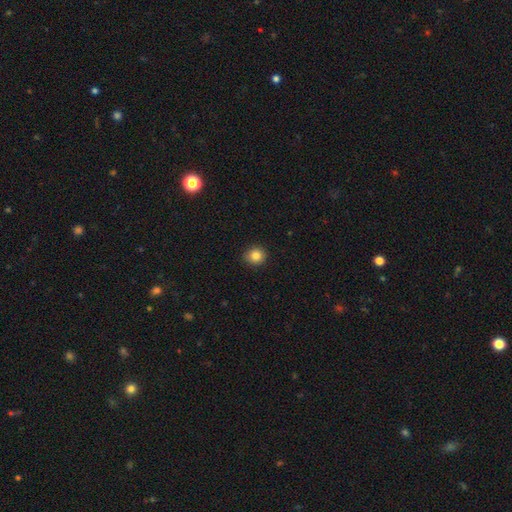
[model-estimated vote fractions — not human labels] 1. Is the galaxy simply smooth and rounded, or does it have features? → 84% smooth, 11% star or artifact, 5% featured or disk.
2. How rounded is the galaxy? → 88% round, 11% in between, 1% cigar-shaped.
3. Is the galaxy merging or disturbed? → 91% none, 7% minor disturbance, 2% major disturbance, 1% merger.